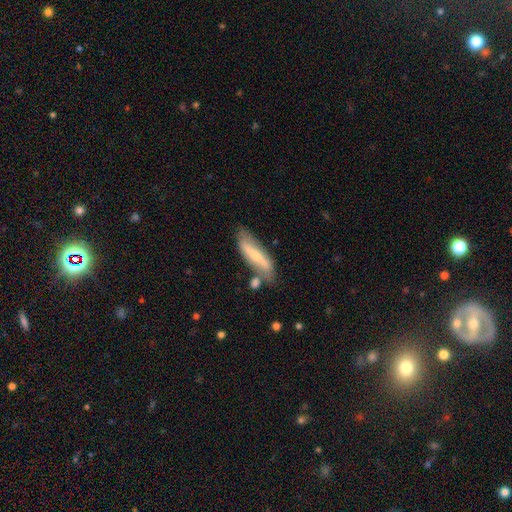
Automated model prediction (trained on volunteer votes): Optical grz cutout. It shows a featured or disk galaxy (54%). Merging: none (64%).